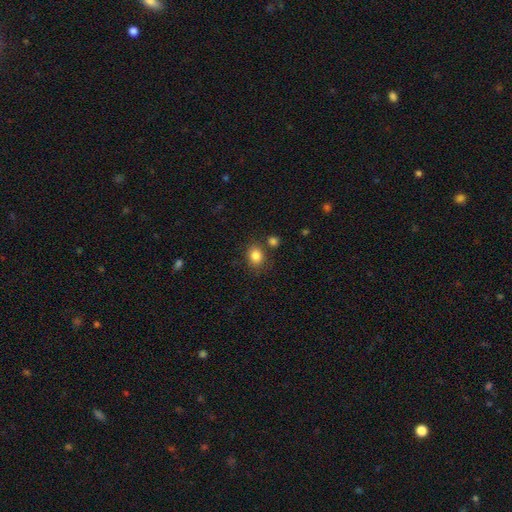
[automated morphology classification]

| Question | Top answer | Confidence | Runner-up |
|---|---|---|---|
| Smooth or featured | smooth | 84% | star or artifact (10%) |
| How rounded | round | 55% | in between (44%) |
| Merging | none | 75% | minor disturbance (12%) |